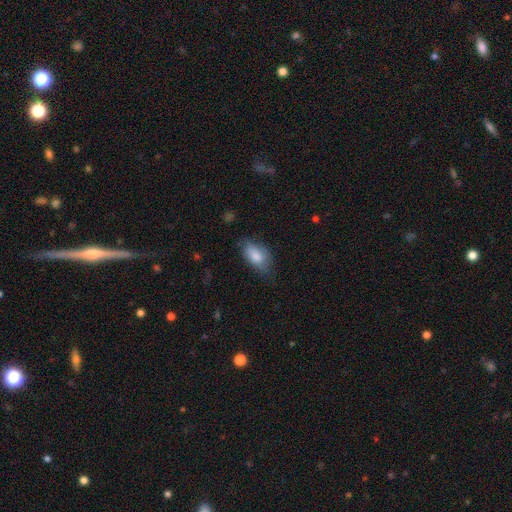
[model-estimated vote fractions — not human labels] Smooth or featured?
  - smooth: 81% *
  - featured or disk: 13%
  - star or artifact: 7%
How rounded?
  - in between: 92% *
  - round: 5%
  - cigar-shaped: 3%
Merging?
  - none: 61% *
  - minor disturbance: 29%
  - major disturbance: 9%
  - merger: 1%